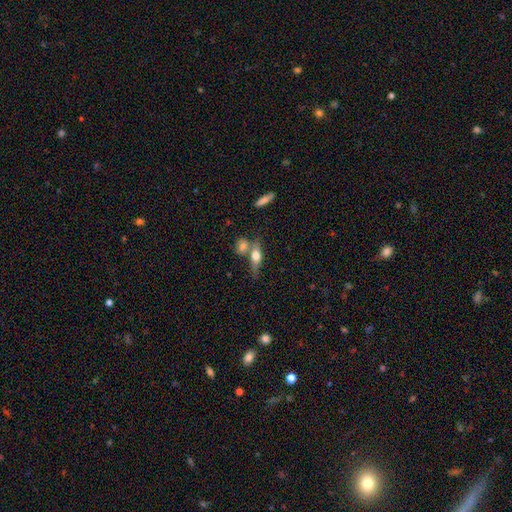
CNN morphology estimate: Smooth or featured: smooth — 58% (featured or disk — 33%)
How rounded: in between — 54% (cigar-shaped — 39%)
Merging: none — 47% (merger — 35%)